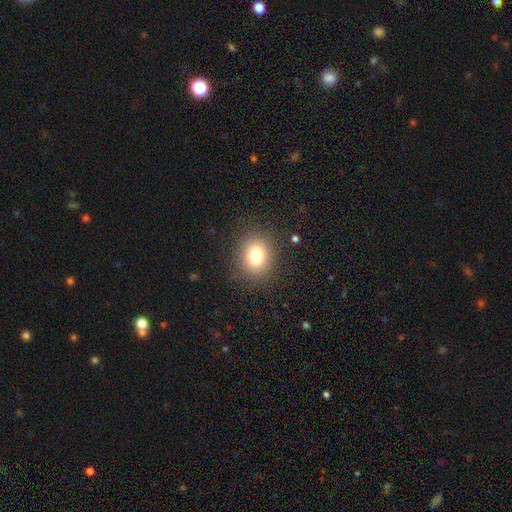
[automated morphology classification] smooth-or-featured: smooth: 80% | star or artifact: 11% | featured or disk: 9%
  how-rounded: round: 66% | in between: 33% | cigar-shaped: 1%
  merging: none: 86% | minor disturbance: 9% | major disturbance: 4% | merger: 1%